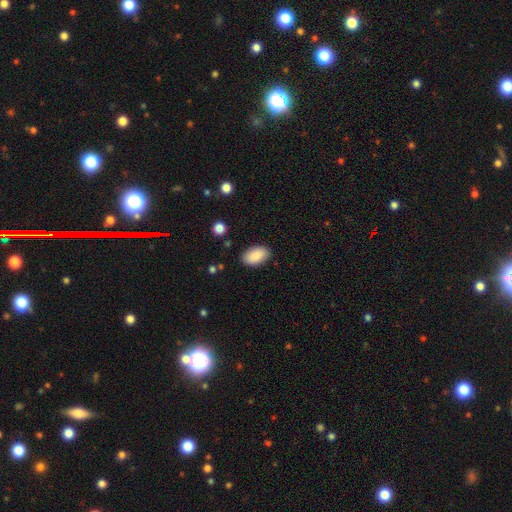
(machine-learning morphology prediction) Smooth or featured? smooth (86%)
How rounded? in between (94%)
Merging? none (87%)